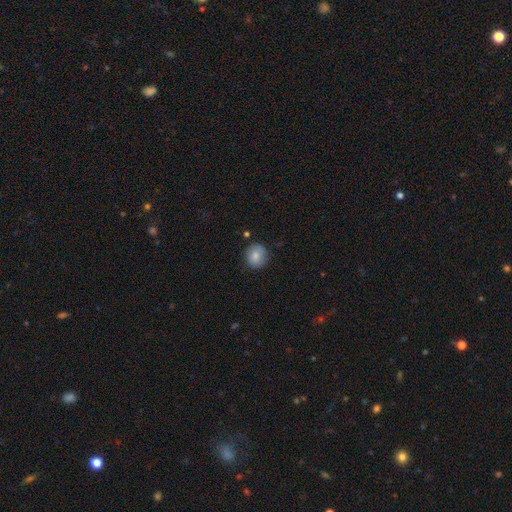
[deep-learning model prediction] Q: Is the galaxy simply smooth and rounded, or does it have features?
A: smooth — 82%.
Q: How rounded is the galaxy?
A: round — 85%.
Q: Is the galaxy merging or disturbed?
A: none — 82%.